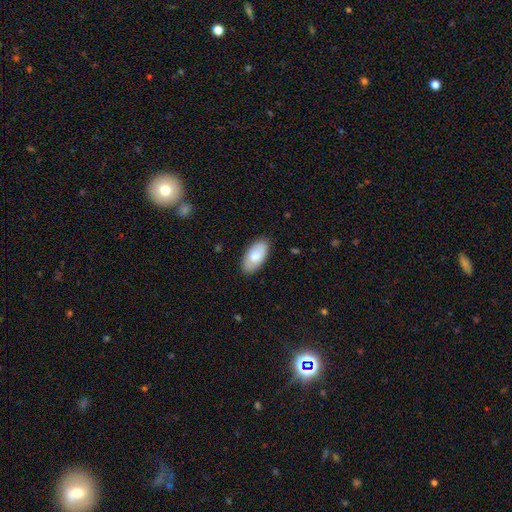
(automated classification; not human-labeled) Smooth or featured? Predicted: smooth (p=0.78). How rounded? Predicted: in between (p=0.94). Merging? Predicted: none (p=0.85).